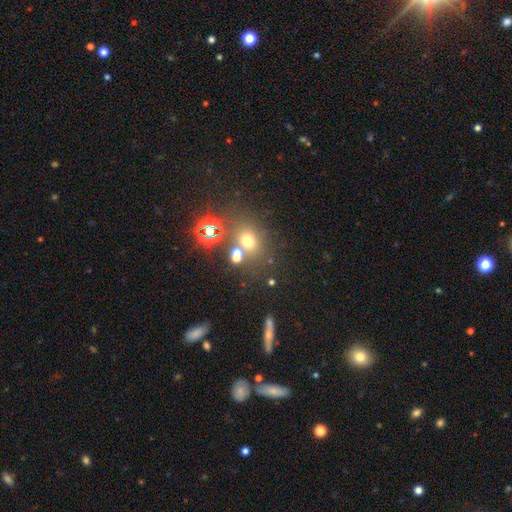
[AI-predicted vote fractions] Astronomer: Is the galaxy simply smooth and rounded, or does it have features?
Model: smooth — 45% (runner-up: star or artifact, 42%).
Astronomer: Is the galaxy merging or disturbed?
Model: none — 58%.